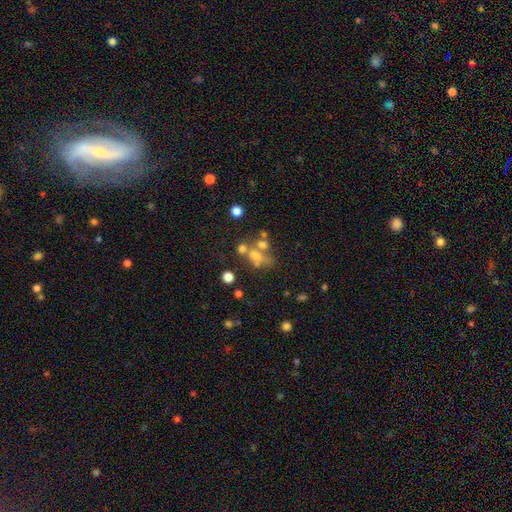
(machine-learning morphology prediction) Smooth or featured? Predicted: smooth (p=0.50). How rounded? Predicted: in between (p=0.51). Merging? Predicted: merger (p=0.41).